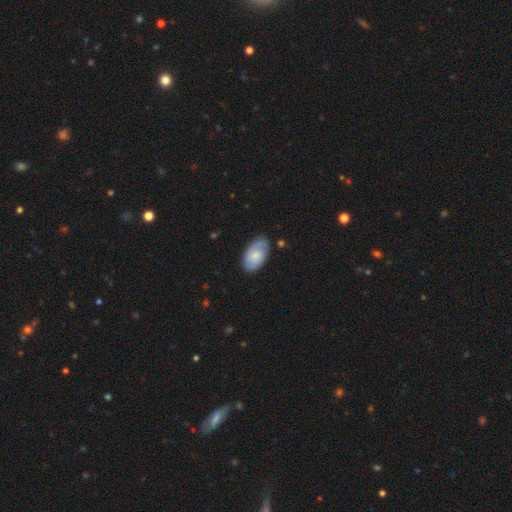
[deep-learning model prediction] Morphology: type=smooth (51%); roundness=in between (93%); merging=none (75%).